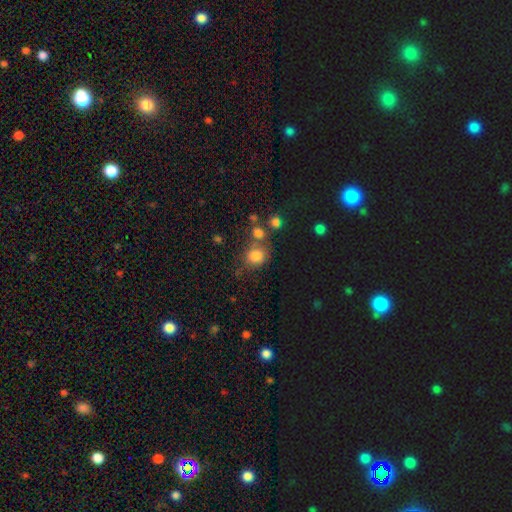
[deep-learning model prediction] Overall: smooth (80%). How rounded: round (74%). Merging: none (60%; merger 20%).